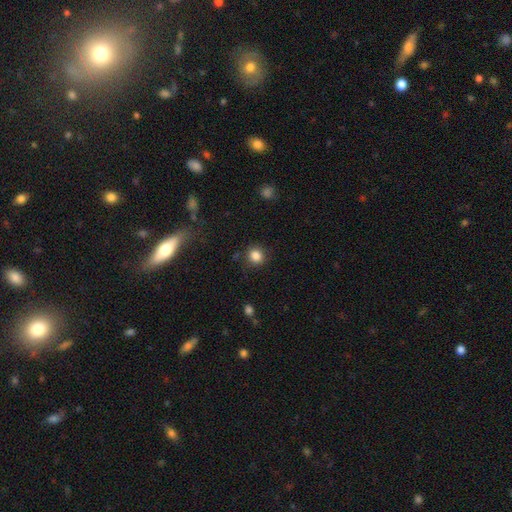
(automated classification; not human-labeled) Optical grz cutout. It shows a smooth galaxy with no disk features (85%) that is round (87%). Merging: none (85%).